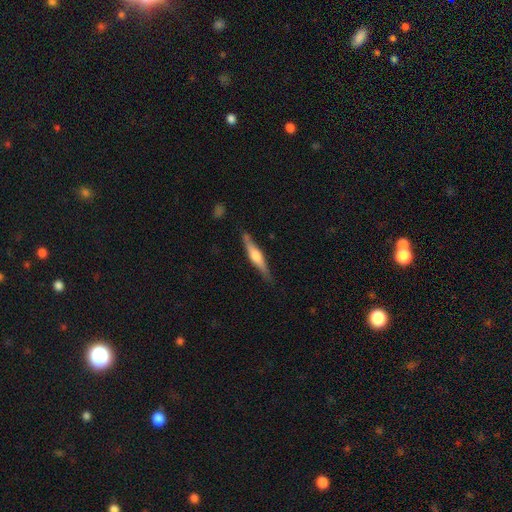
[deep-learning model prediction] smooth-or-featured: featured or disk: 62% | smooth: 33% | star or artifact: 5%
  disk-edge-on: yes: 96% | no: 4%
    edge-on-bulge: rounded: 85% | boxy: 10% | none: 5%
  merging: none: 84% | minor disturbance: 12% | major disturbance: 2% | merger: 2%